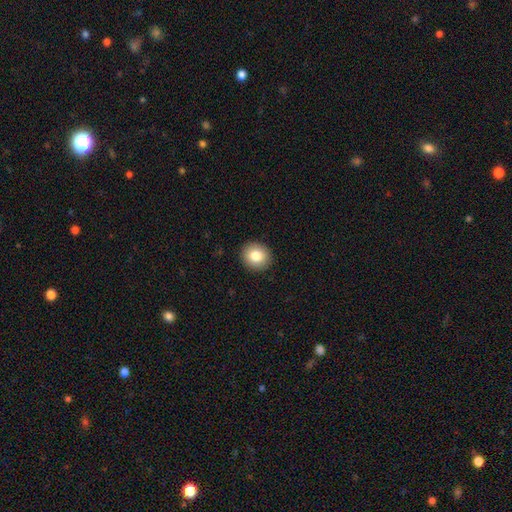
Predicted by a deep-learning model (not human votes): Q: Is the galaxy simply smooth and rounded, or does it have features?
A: smooth — 82%.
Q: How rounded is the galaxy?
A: round — 85%.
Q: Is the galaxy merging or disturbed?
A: none — 92%.